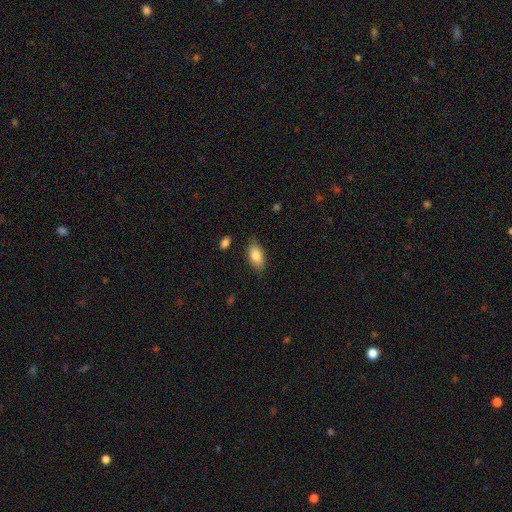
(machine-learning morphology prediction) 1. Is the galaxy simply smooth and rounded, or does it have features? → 84% smooth, 10% featured or disk, 7% star or artifact.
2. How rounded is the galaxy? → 91% in between, 5% cigar-shaped, 4% round.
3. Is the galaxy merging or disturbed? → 82% none, 13% minor disturbance, 3% major disturbance, 2% merger.